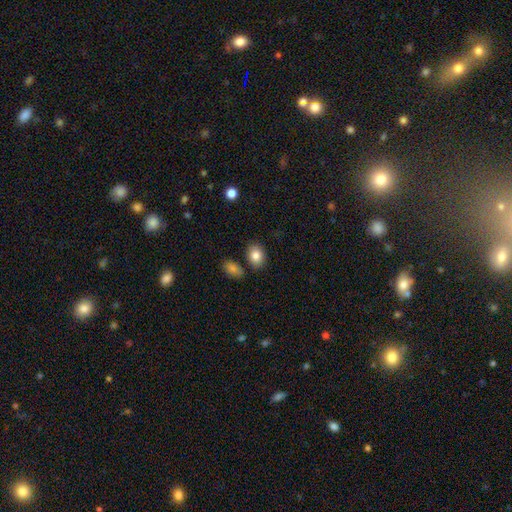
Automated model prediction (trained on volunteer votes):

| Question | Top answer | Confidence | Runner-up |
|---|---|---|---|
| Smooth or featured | smooth | 84% | star or artifact (8%) |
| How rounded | in between | 70% | round (29%) |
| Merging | none | 79% | minor disturbance (11%) |